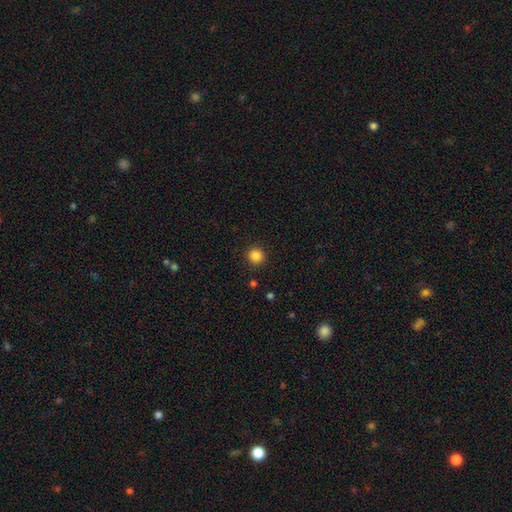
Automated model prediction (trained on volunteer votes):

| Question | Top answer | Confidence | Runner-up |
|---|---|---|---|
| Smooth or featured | smooth | 86% | star or artifact (11%) |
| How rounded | round | 94% | in between (5%) |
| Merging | none | 91% | minor disturbance (5%) |